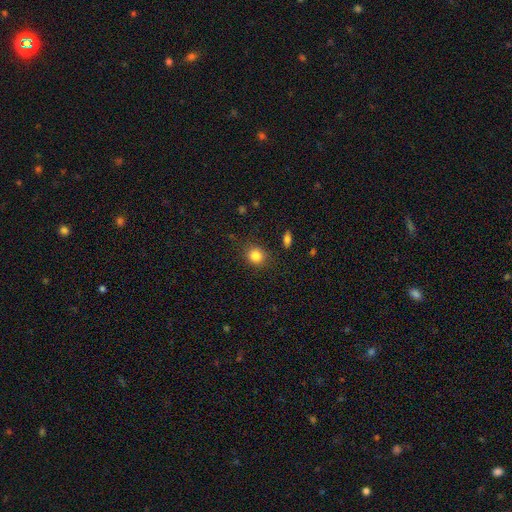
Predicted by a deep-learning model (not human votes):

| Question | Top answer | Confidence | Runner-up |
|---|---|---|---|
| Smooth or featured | smooth | 84% | star or artifact (11%) |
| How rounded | round | 76% | in between (23%) |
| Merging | none | 85% | minor disturbance (10%) |